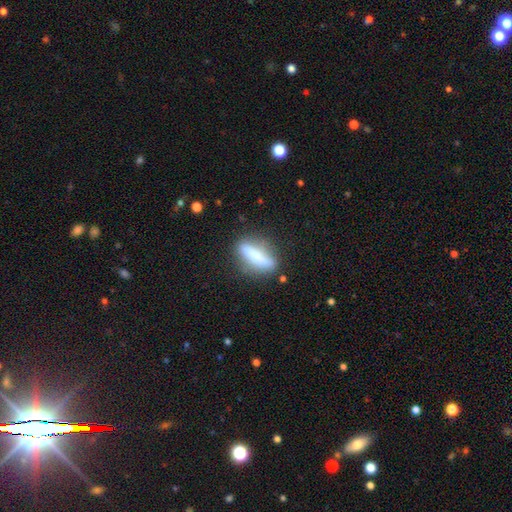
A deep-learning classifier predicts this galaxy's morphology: smooth-or-featured: featured or disk: 47% | smooth: 46% | star or artifact: 7%
  merging: none: 80% | minor disturbance: 13% | major disturbance: 5% | merger: 2%